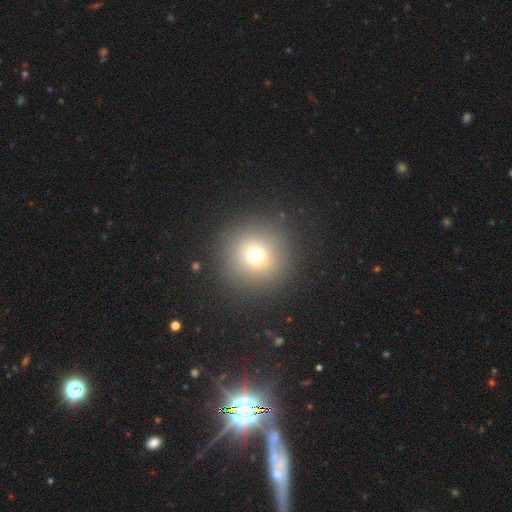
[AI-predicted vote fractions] A smooth galaxy with no disk features (68%) that is round (95%). Merging: none (89%).